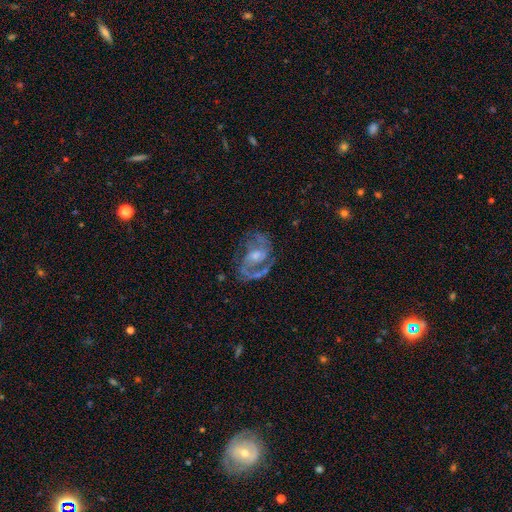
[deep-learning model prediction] A featured or disk galaxy (83%) with a weak bar (46%), 2 (73%) medium (54%) spiral arms (92%) and a moderate central bulge (46%). Merging: none (64%).